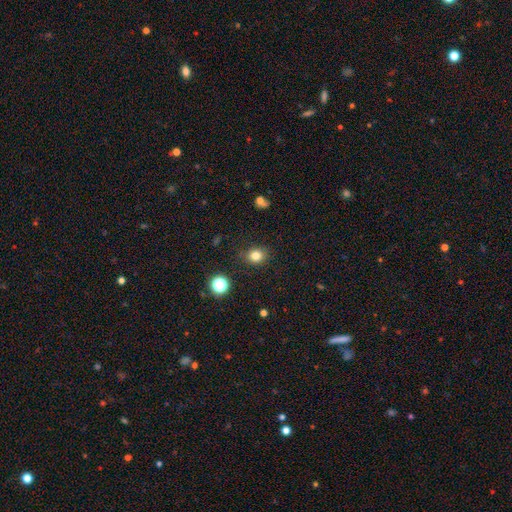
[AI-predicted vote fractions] Q: Smooth or featured?
A: smooth (81%); runner-up: star or artifact (13%)
Q: How rounded?
A: round (70%); runner-up: in between (29%)
Q: Merging?
A: none (85%); runner-up: minor disturbance (10%)